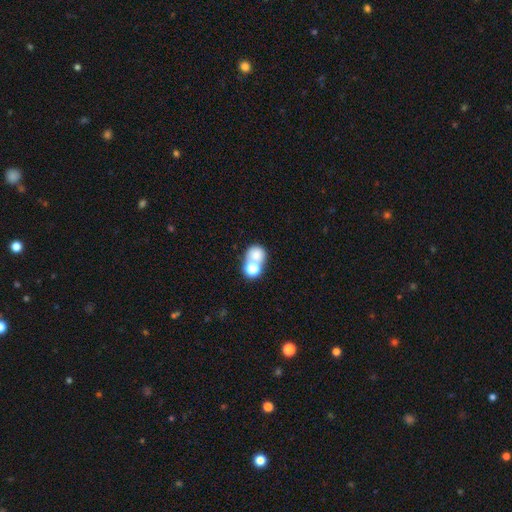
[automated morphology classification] A smooth galaxy with no disk features (72%) that is round (70%). Merging: merger (54%).